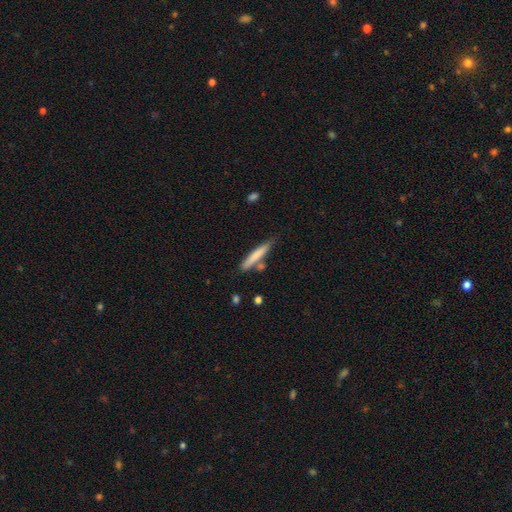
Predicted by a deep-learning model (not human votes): Smooth or featured? Predicted: smooth (p=0.72). How rounded? Predicted: cigar-shaped (p=0.92). Merging? Predicted: none (p=0.71).